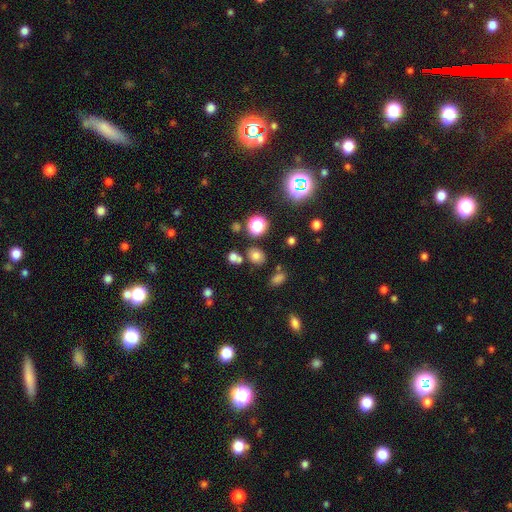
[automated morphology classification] A smooth galaxy with no disk features (70%) that is round (54%). Merging: none (72%).